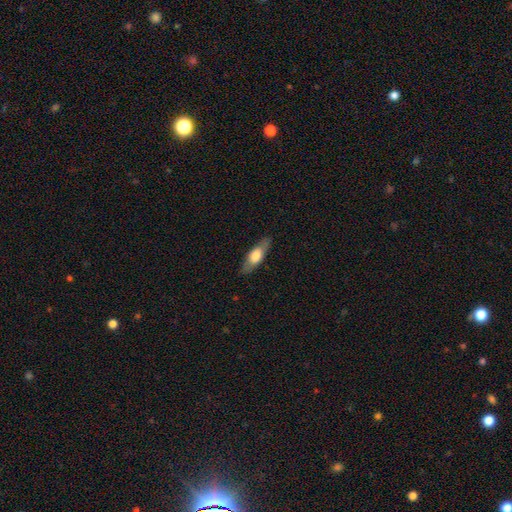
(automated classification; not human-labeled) Smooth or featured: smooth — 56% (featured or disk — 39%)
How rounded: in between — 56% (cigar-shaped — 41%)
Merging: none — 83% (minor disturbance — 12%)